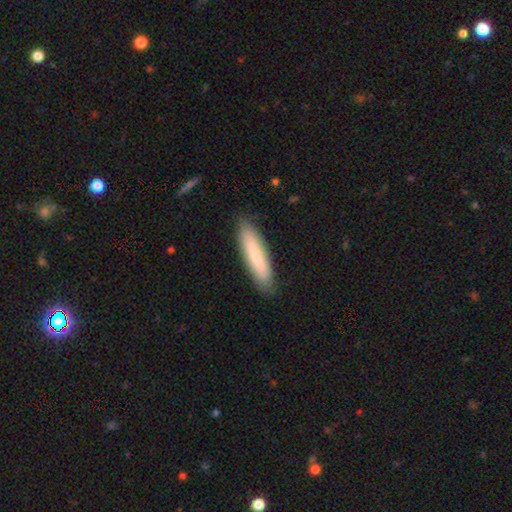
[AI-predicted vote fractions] This appears to be a smooth galaxy with no disk features (73%) that is cigar-shaped (80%). Merging: none (88%).